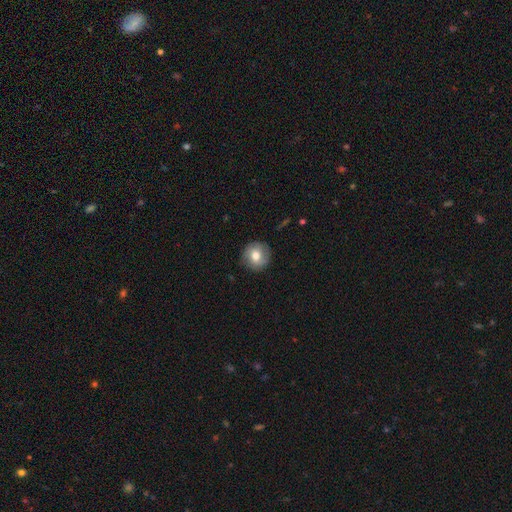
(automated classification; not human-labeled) This appears to be a smooth galaxy with no disk features (67%) that is round (92%). Merging: none (85%).